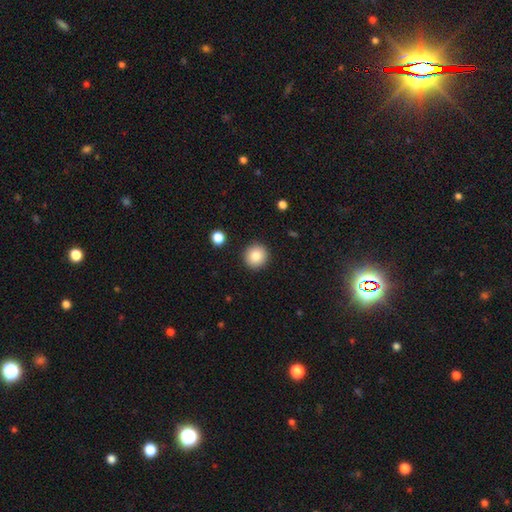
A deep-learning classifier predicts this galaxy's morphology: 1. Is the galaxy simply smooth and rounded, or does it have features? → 84% smooth, 9% star or artifact, 6% featured or disk.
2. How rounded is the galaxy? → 94% round, 5% in between, 1% cigar-shaped.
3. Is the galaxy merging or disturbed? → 92% none, 5% minor disturbance, 2% major disturbance, 1% merger.